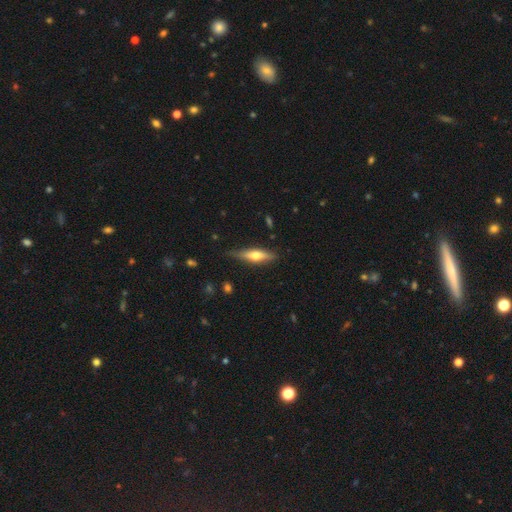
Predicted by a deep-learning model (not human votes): featured or disk 53%, smooth 42%, star or artifact 6%. Down the decision tree: edge-on disk — yes (91%); merging — none (81%).